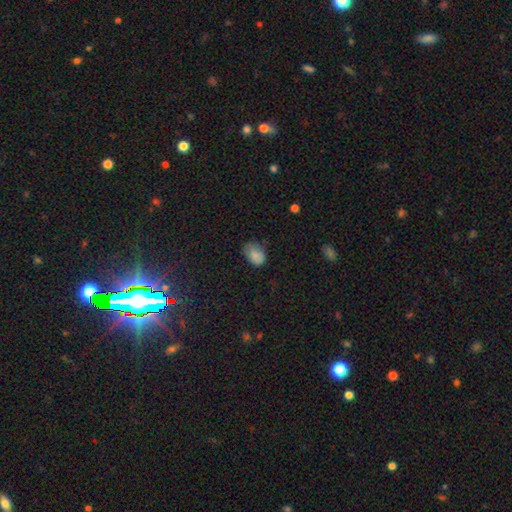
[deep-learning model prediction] This appears to be a smooth galaxy with no disk features (80%) that is in between round and cigar-shaped (78%). Merging: none (57%).